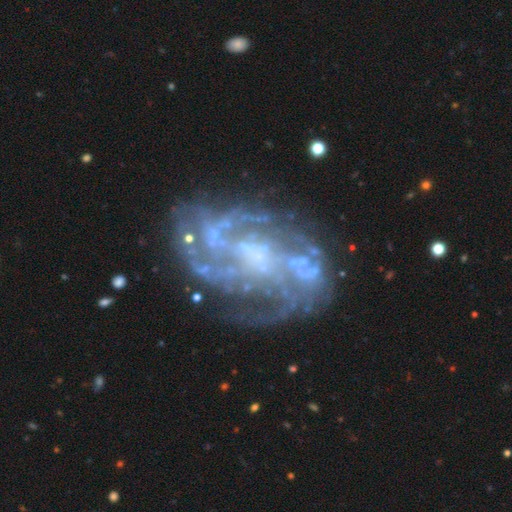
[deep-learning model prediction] Smooth or featured? Predicted: featured or disk (p=0.86). Edge-on disk? Predicted: no (p=0.97). Bar? Predicted: no (p=0.46). Spiral arms? Predicted: yes (p=0.89). Spiral winding? Predicted: tight (p=0.43). Spiral arm count? Predicted: can't tell (p=0.34). Bulge size? Predicted: none (p=0.39). Merging? Predicted: none (p=0.63).